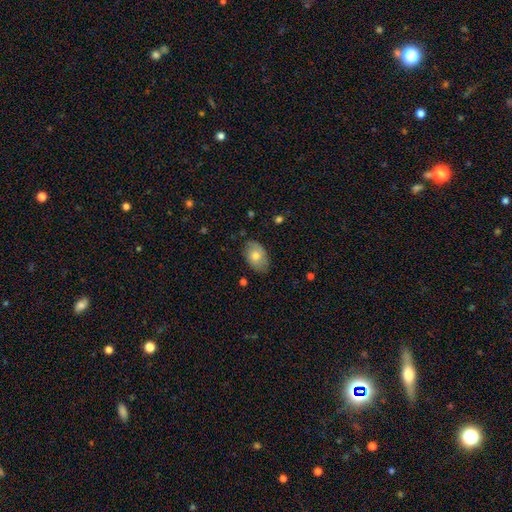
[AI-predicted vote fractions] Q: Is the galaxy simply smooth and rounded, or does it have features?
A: smooth — 74%.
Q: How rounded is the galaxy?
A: in between — 87%.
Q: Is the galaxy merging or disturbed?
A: none — 80%.